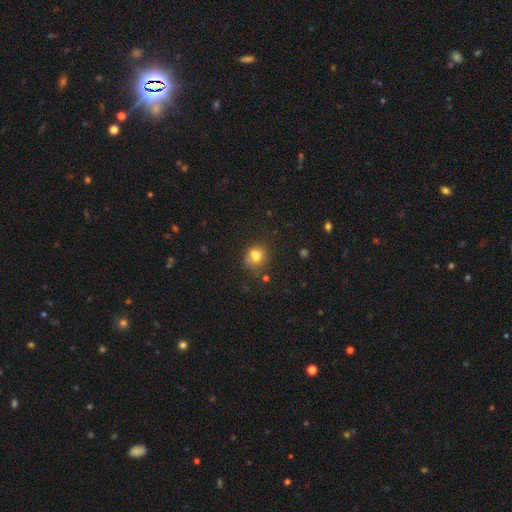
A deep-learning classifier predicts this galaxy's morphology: smooth_or_featured: smooth (p=0.75) [alt: star or artifact p=0.13]
how_rounded: round (p=0.67) [alt: in between p=0.32]
merging: none (p=0.55) [alt: minor disturbance p=0.19]